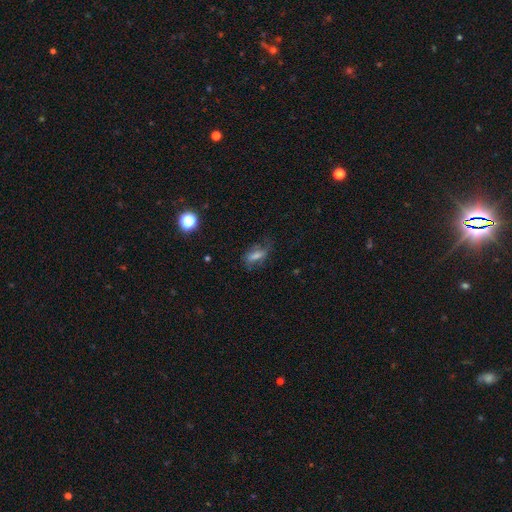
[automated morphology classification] This is possibly a smooth galaxy (47%). Merging: likely none (61%).